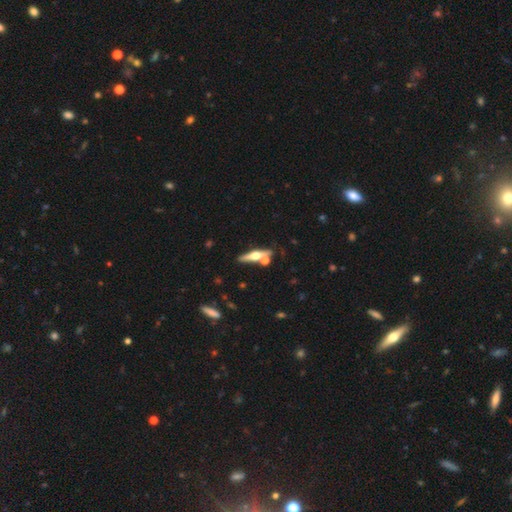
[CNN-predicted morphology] Smooth or featured? Predicted: featured or disk (p=0.62). Edge-on disk? Predicted: yes (p=0.93). Edge-on bulge? Predicted: rounded (p=0.94). Merging? Predicted: none (p=0.69).